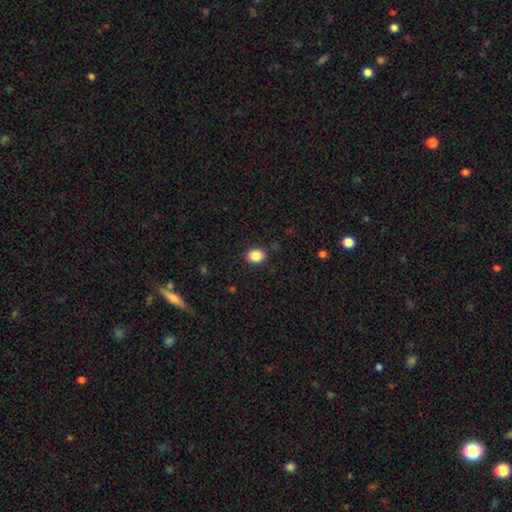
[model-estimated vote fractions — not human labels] Morphology: type=smooth (87%); roundness=in between (52%); merging=none (87%).